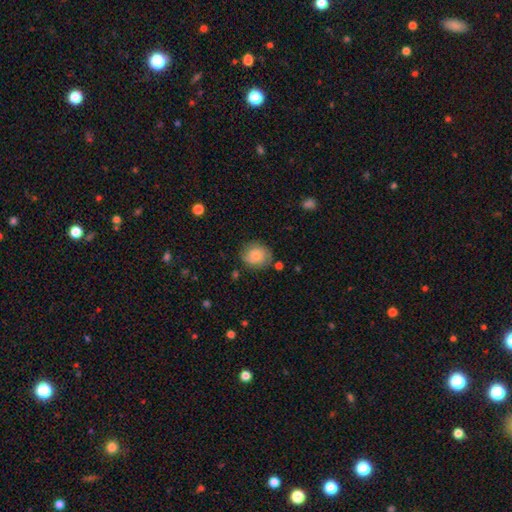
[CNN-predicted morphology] Overall: smooth (71%). How rounded: round (69%; in between 30%). Merging: none (72%).